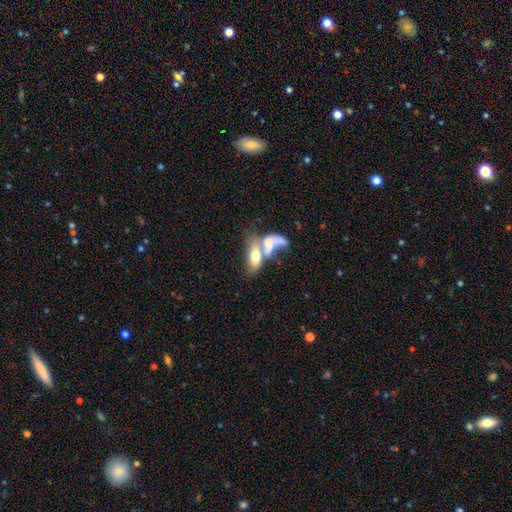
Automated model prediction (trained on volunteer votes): smooth_or_featured: smooth (p=0.59) [alt: featured or disk p=0.33]
how_rounded: in between (p=0.79) [alt: cigar-shaped p=0.16]
merging: merger (p=0.70) [alt: none p=0.13]